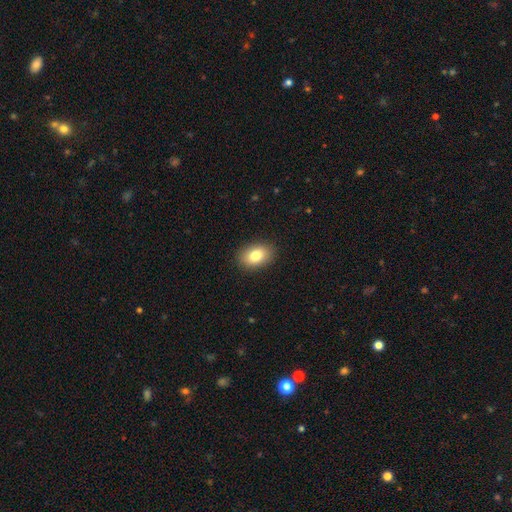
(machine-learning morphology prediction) type=smooth (82%); roundness=in between (85%); merging=none (89%).